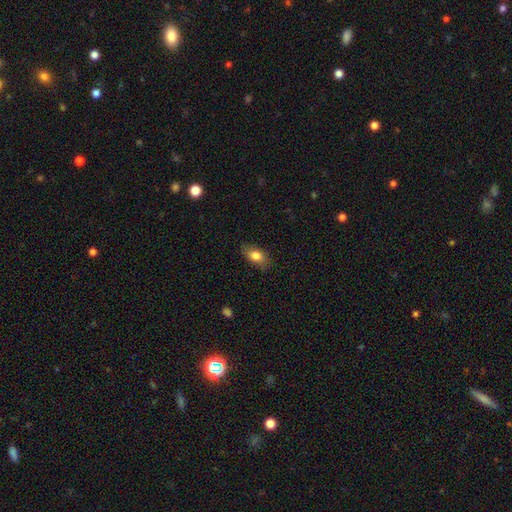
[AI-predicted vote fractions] Overall: smooth (79%). How rounded: in between (86%). Merging: none (80%).